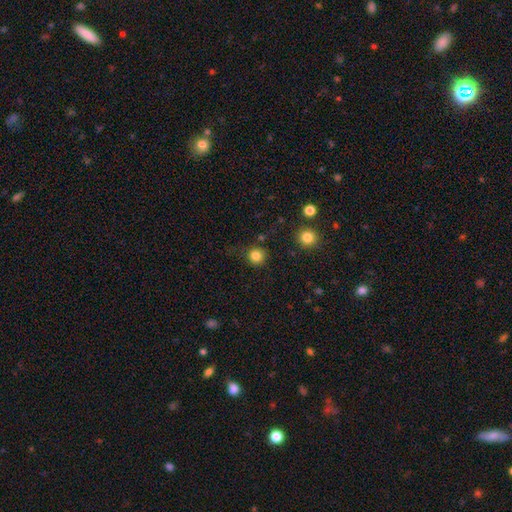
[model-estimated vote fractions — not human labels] A smooth galaxy with no disk features (83%) that is round (94%). Merging: none (84%).